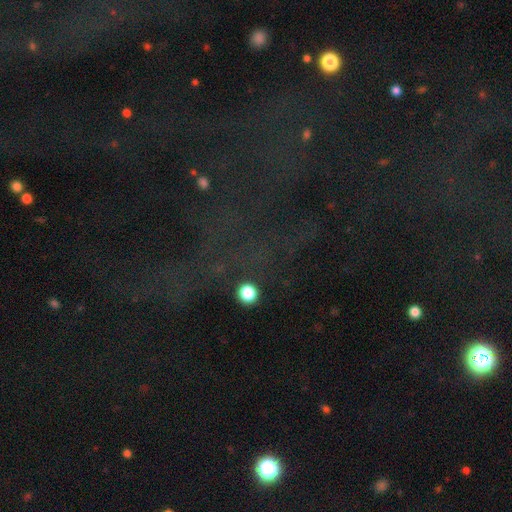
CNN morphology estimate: This is likely a star or artifact rather than a galaxy (72%).